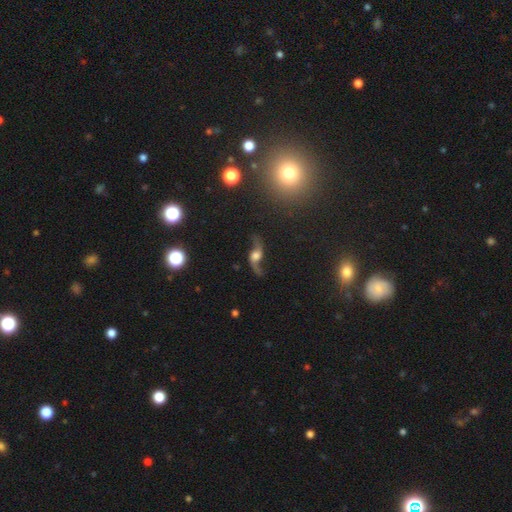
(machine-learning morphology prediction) Smooth or featured? featured or disk (84%)
Edge-on disk? no (91%)
Bar? no (64%)
Spiral arms? yes (96%)
Spiral winding? loose (93%)
Spiral arm count? 2 (94%)
Bulge size? moderate (39%)
Merging? none (73%)